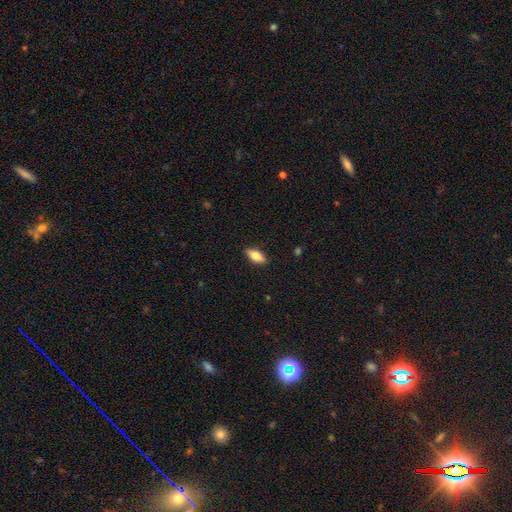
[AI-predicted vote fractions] smooth-or-featured: smooth: 78% | featured or disk: 16% | star or artifact: 7%
  how-rounded: in between: 82% | cigar-shaped: 15% | round: 3%
  merging: none: 87% | minor disturbance: 10% | major disturbance: 2% | merger: 1%